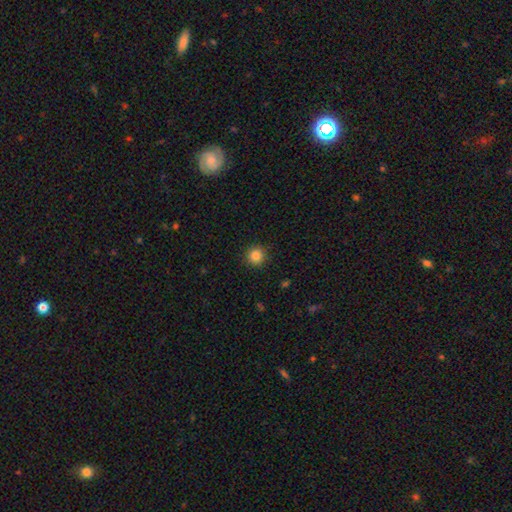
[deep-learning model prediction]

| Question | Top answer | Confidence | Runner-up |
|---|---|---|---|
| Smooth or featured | smooth | 85% | star or artifact (11%) |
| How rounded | round | 95% | in between (4%) |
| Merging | none | 91% | minor disturbance (6%) |